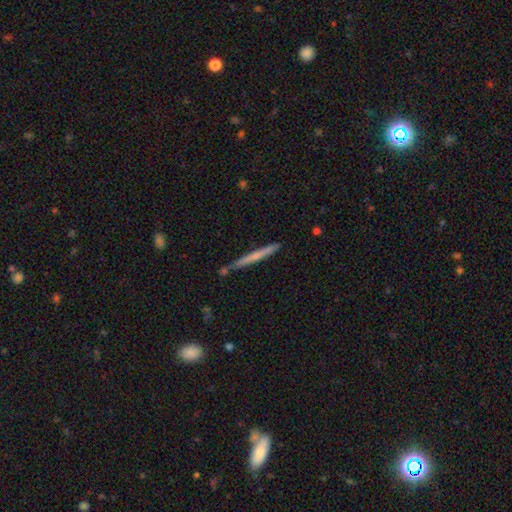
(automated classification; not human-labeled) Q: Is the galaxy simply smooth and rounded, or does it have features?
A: smooth — 48%.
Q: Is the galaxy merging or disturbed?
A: none — 83%.